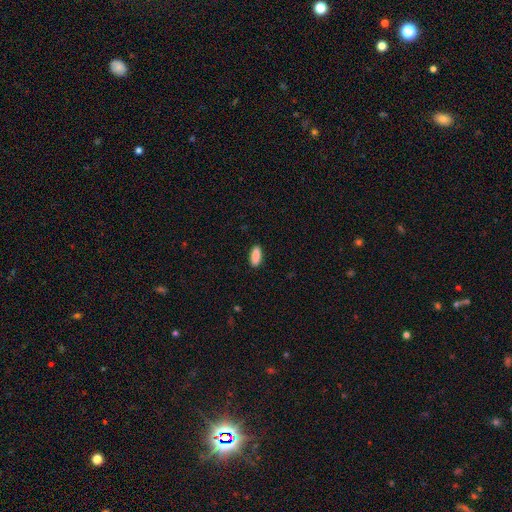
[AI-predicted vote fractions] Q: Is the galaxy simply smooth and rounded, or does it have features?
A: smooth — 90%.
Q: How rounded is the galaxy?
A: in between — 76%.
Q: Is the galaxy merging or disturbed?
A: none — 89%.